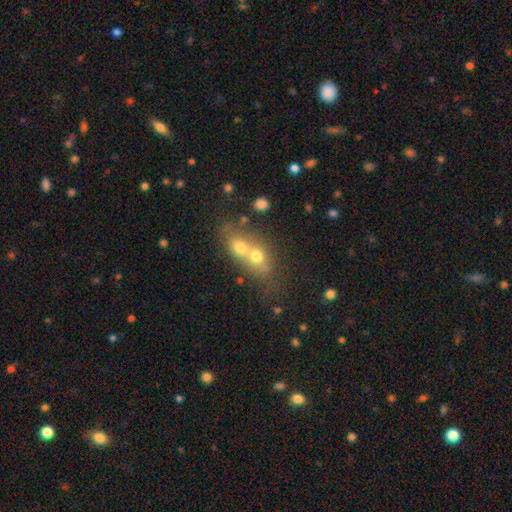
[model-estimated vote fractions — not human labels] Smooth or featured? smooth (63%)
How rounded? round (48%, tied with in between)
Merging? merger (70%)